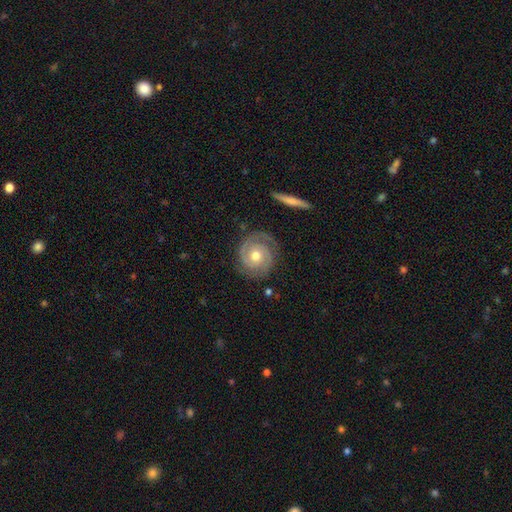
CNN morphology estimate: This is clearly a featured or disk galaxy (86%). It is clearly not viewed edge-on (97%). Bar: likely no (72%). Spiral arm pattern: clearly yes (97%). Spiral arm count: clearly 2 (86%). Spiral winding: likely tight (72%). Central bulge: likely moderate (76%). Merging: clearly none (82%).